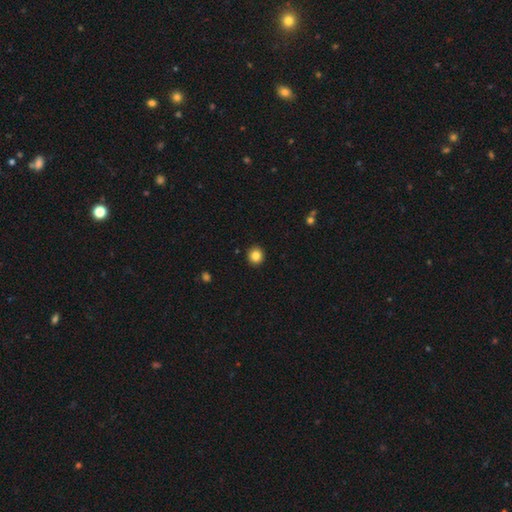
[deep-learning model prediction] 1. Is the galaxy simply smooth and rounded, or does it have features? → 85% smooth, 10% star or artifact, 5% featured or disk.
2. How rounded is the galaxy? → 92% round, 7% in between, 1% cigar-shaped.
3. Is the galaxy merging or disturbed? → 93% none, 5% minor disturbance, 1% major disturbance, 1% merger.